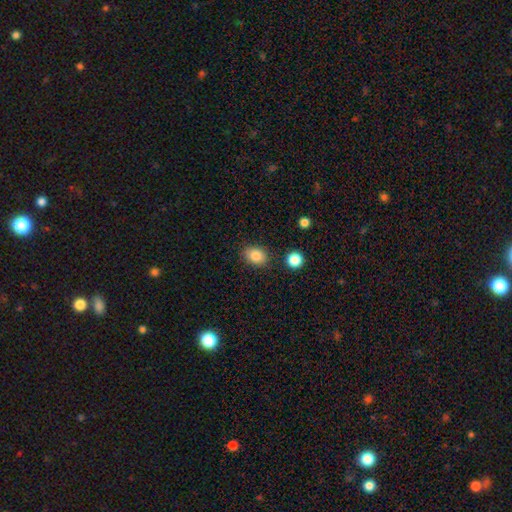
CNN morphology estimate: A smooth galaxy with no disk features (85%) that is in between round and cigar-shaped (63%).

Vote fractions:
- Smooth or featured? smooth: 85% / star or artifact: 9% / featured or disk: 6%
- How rounded? in between: 63% / round: 36% / cigar-shaped: 1%
- Merging? none: 83% / minor disturbance: 12% / merger: 3% / major disturbance: 3%